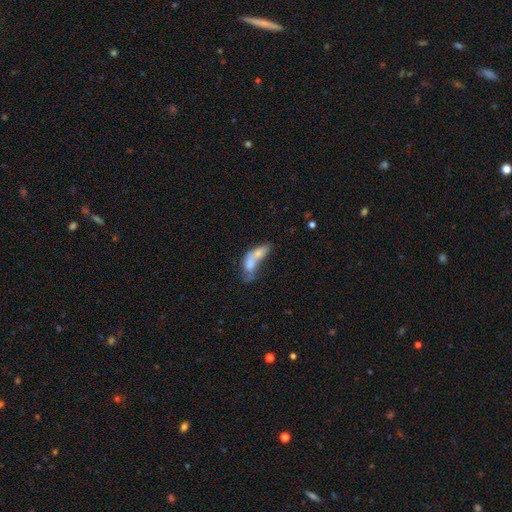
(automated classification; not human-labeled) smooth 63%, featured or disk 28%, star or artifact 9%. Down the decision tree: how rounded — in between (68%); merging — merger (67%).